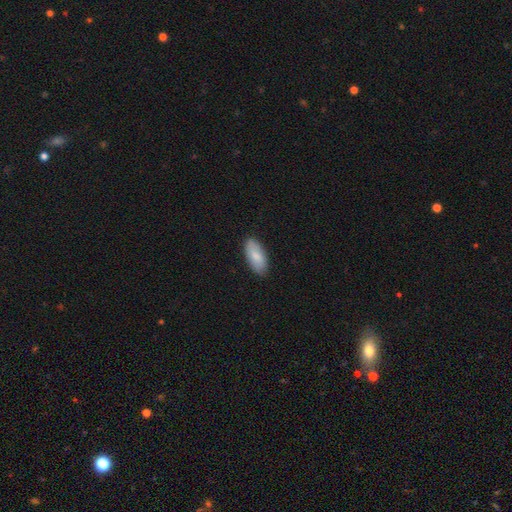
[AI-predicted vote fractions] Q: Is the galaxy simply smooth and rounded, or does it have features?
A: smooth — 81%.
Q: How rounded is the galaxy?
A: in between — 90%.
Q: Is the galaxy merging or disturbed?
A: none — 84%.